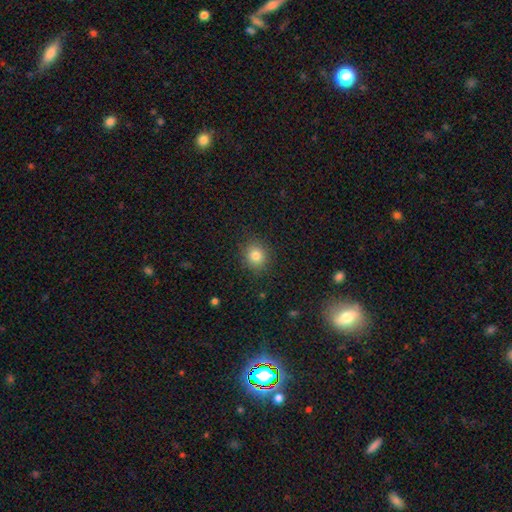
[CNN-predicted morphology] Smooth or featured?
  - smooth: 81% *
  - star or artifact: 12%
  - featured or disk: 7%
How rounded?
  - round: 80% *
  - in between: 19%
  - cigar-shaped: 1%
Merging?
  - none: 88% *
  - minor disturbance: 8%
  - major disturbance: 3%
  - merger: 1%